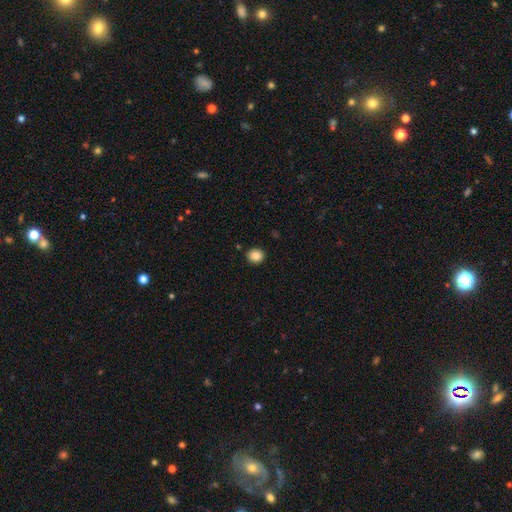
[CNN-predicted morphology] Overall: smooth (85%). How rounded: round (79%). Merging: none (91%).